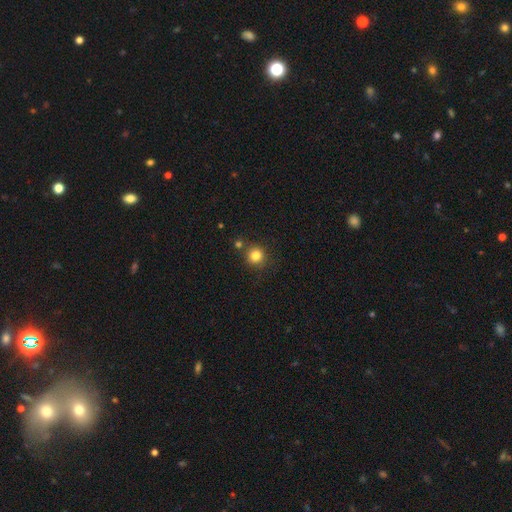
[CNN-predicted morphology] A smooth galaxy with no disk features (82%) that is round (91%).

Vote fractions:
- Smooth or featured? smooth: 82% / star or artifact: 13% / featured or disk: 5%
- How rounded? round: 91% / in between: 8% / cigar-shaped: 1%
- Merging? none: 80% / minor disturbance: 9% / merger: 9% / major disturbance: 3%